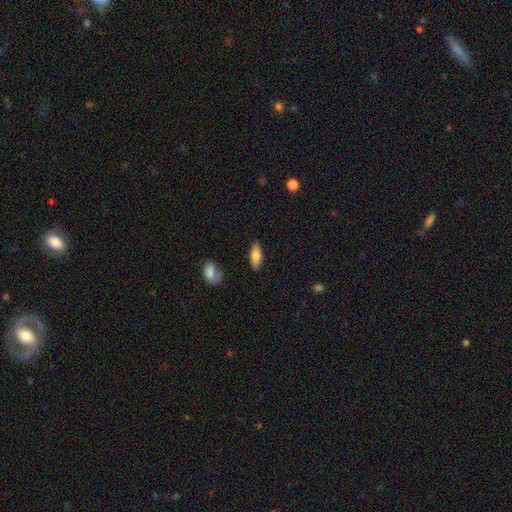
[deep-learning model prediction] Smooth or featured: smooth — 76% (featured or disk — 18%)
How rounded: in between — 70% (cigar-shaped — 28%)
Merging: none — 85% (minor disturbance — 10%)